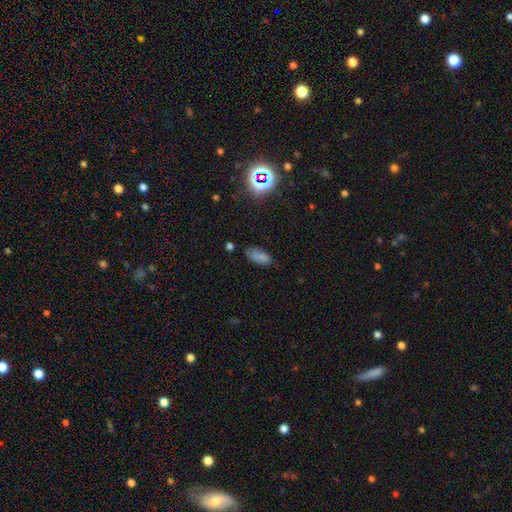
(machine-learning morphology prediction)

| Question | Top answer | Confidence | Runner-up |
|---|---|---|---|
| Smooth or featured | smooth | 60% | star or artifact (27%) |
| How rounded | in between | 86% | cigar-shaped (9%) |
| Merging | none | 70% | minor disturbance (21%) |